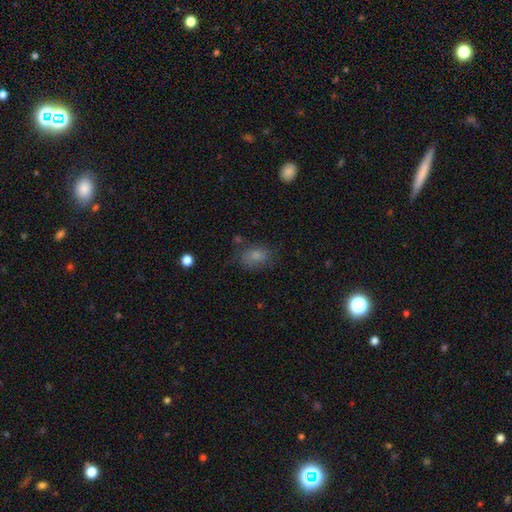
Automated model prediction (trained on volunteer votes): A smooth galaxy with no disk features (77%) that is in between round and cigar-shaped (76%). Merging: none (62%).